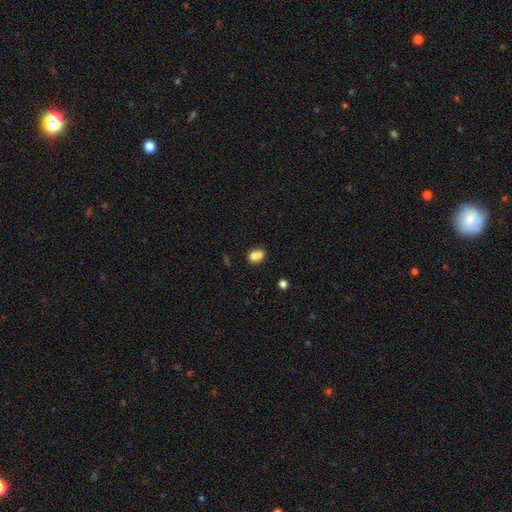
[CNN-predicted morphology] The model was most divided on "merging": none: 41%, merger: 39%, minor disturbance: 14%, major disturbance: 5%. More confident: smooth or featured — smooth (77%); how rounded — in between (52%).